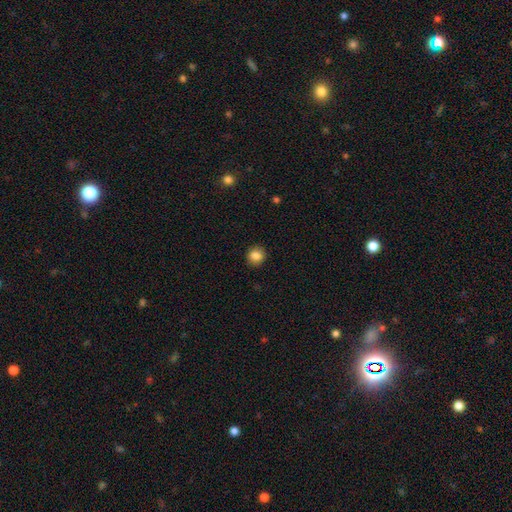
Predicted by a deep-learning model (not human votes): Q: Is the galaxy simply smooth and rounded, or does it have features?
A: smooth — 85%.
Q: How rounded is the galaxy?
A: round — 85%.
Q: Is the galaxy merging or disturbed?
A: none — 90%.